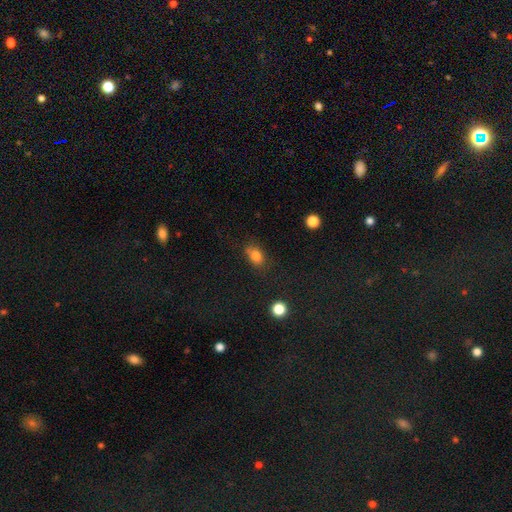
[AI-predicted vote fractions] The model was most divided on "merging": none: 71%, minor disturbance: 20%, major disturbance: 5%, merger: 4%. More confident: smooth or featured — smooth (82%); how rounded — in between (75%).